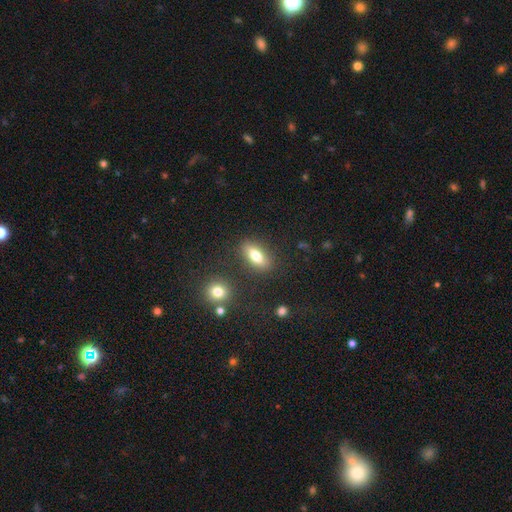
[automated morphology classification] A smooth galaxy with no disk features (74%) that is in between round and cigar-shaped (76%). Merging: none (82%).